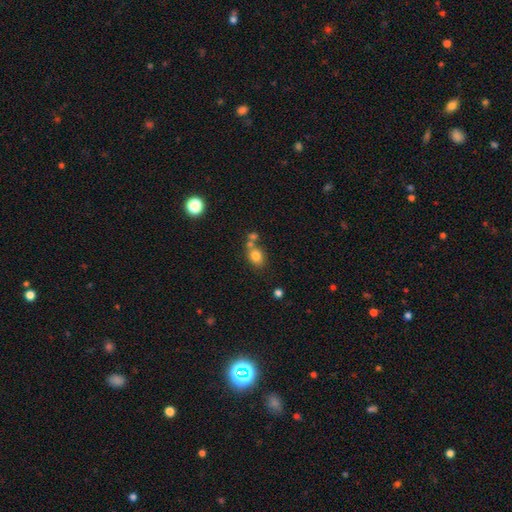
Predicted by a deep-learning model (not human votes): A smooth galaxy with no disk features (79%) that is round (50%). Merging: none (53%).